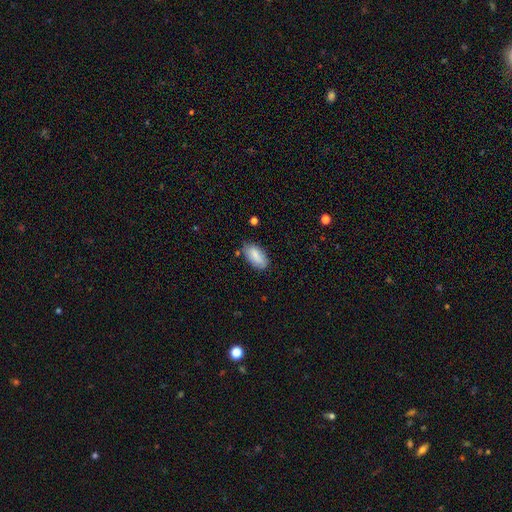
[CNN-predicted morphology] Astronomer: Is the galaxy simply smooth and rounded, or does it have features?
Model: smooth — 84%.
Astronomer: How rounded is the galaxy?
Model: in between — 92%.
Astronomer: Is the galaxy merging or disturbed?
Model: none — 73%.